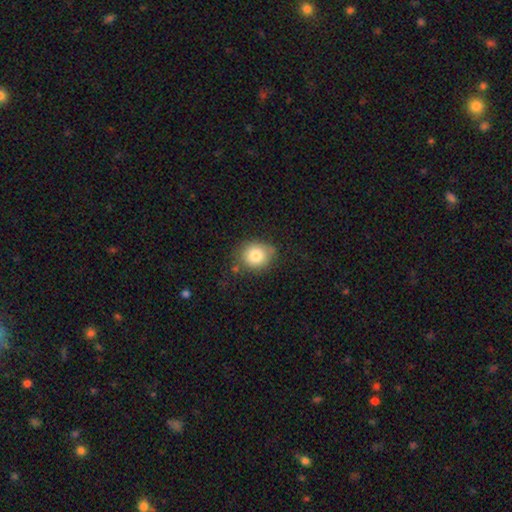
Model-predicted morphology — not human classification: type=smooth (81%); roundness=round (75%); merging=none (74%).